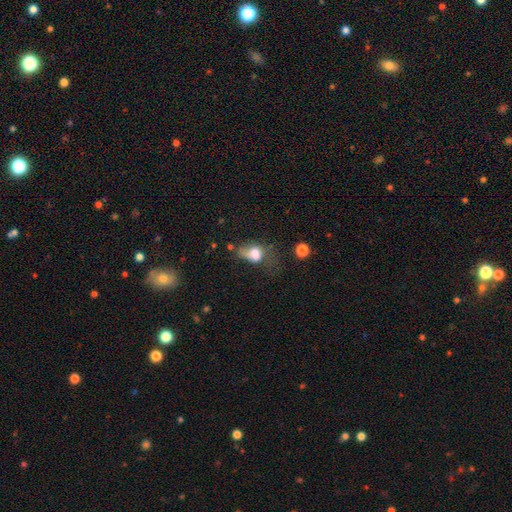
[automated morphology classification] Smooth or featured? smooth (66%)
How rounded? in between (67%)
Merging? major disturbance (44%)